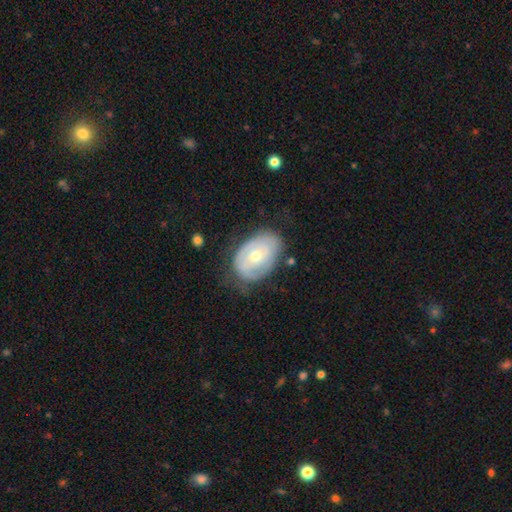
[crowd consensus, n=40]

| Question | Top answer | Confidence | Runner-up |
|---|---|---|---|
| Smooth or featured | featured or disk | 65% | smooth (32%) |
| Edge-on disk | no | 96% | yes (4%) |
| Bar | no | 52% | weak (36%) |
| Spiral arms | yes | 68% | no (32%) |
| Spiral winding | tight | 82% | loose (12%) |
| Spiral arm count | can't tell | 71% | 2 (12%) |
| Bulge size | moderate | 68% | small (28%) |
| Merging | none | 62% | minor disturbance (31%) |